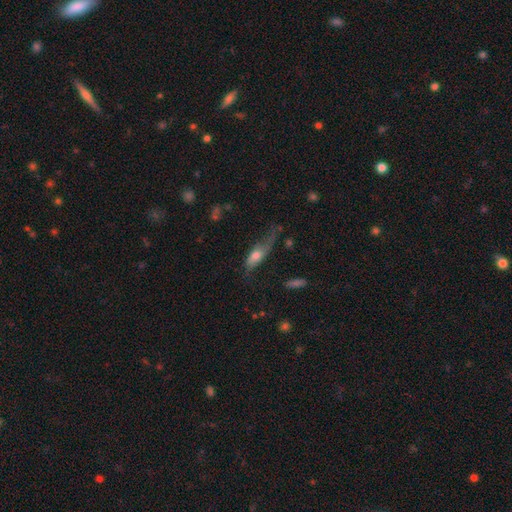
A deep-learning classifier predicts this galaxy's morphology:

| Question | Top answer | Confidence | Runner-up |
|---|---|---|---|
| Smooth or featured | smooth | 56% | featured or disk (36%) |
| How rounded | in between | 64% | cigar-shaped (31%) |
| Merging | major disturbance | 39% | none (29%) |